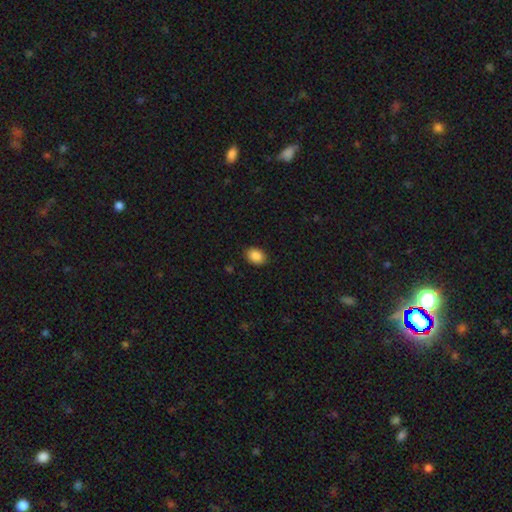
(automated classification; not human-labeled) This appears to be a smooth galaxy with no disk features (88%) that is in between round and cigar-shaped (74%). Merging: none (88%).